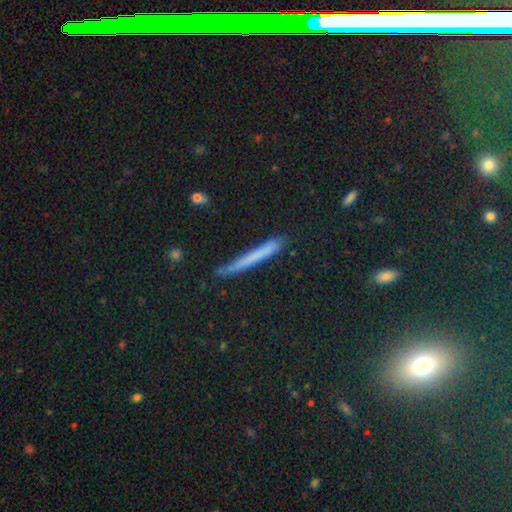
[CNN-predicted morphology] Smooth or featured? smooth (63%)
How rounded? cigar-shaped (94%)
Merging? none (82%)